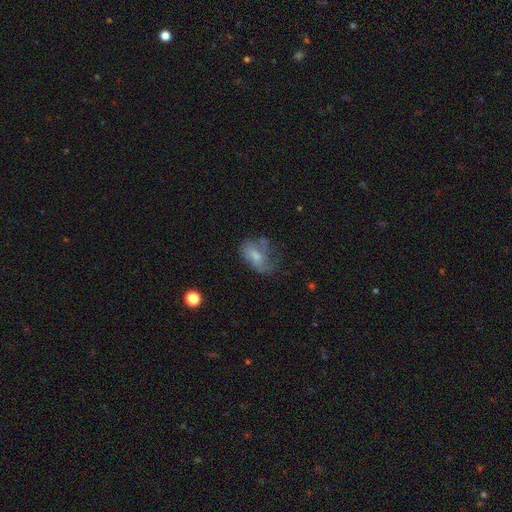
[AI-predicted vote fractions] smooth_or_featured: smooth (p=0.54) [alt: featured or disk p=0.36]
how_rounded: in between (p=0.85) [alt: round p=0.13]
merging: none (p=0.33) [alt: major disturbance p=0.31]